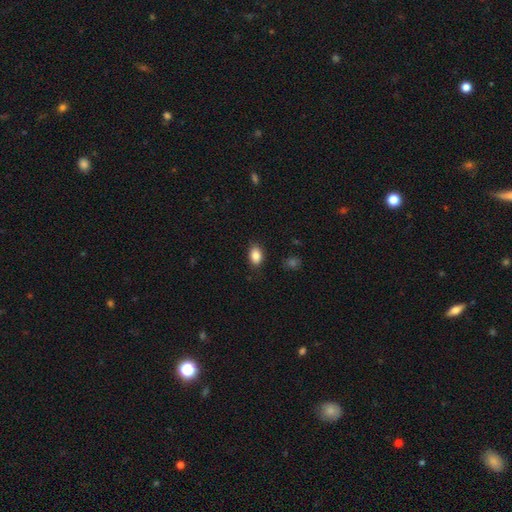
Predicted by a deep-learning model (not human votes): This appears to be a smooth galaxy with no disk features (86%) that is in between round and cigar-shaped (82%). Merging: none (85%).